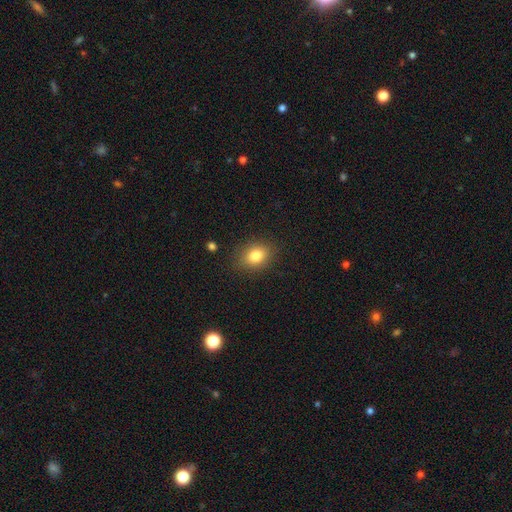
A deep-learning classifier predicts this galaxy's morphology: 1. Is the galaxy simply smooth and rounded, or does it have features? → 81% smooth, 10% star or artifact, 9% featured or disk.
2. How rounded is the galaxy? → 68% in between, 31% round, 1% cigar-shaped.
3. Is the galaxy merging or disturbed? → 85% none, 11% minor disturbance, 3% major disturbance, 1% merger.